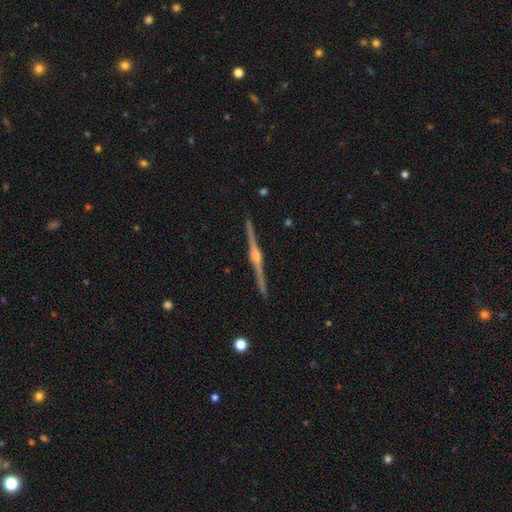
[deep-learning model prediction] Smooth or featured?
  - featured or disk: 90% *
  - smooth: 5%
  - star or artifact: 4%
Edge-on disk?
  - yes: 99% *
  - no: 1%
Edge-on bulge?
  - rounded: 90% *
  - boxy: 7%
  - none: 4%
Merging?
  - none: 93% *
  - minor disturbance: 5%
  - major disturbance: 1%
  - merger: 1%